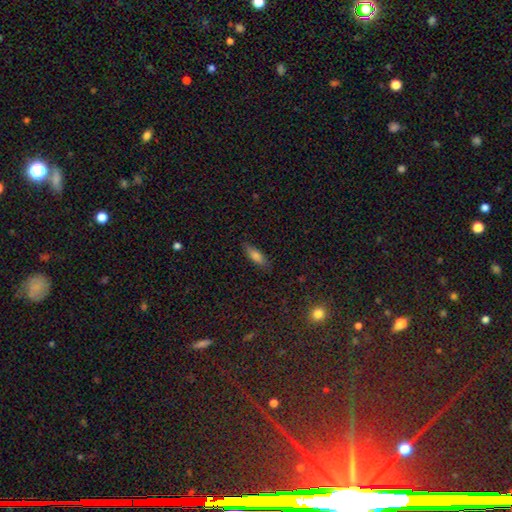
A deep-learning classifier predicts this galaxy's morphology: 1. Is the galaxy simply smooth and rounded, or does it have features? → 74% smooth, 16% featured or disk, 10% star or artifact.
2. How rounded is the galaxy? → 54% in between, 44% cigar-shaped, 3% round.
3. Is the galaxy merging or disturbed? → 83% none, 13% minor disturbance, 3% major disturbance, 1% merger.